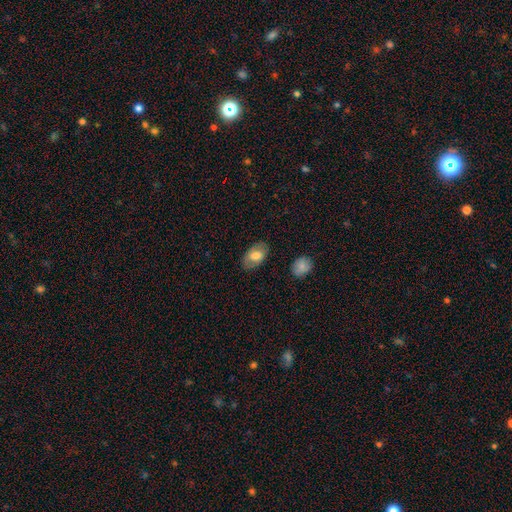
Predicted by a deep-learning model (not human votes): Morphology: type=smooth (68%); roundness=in between (92%); merging=none (83%).